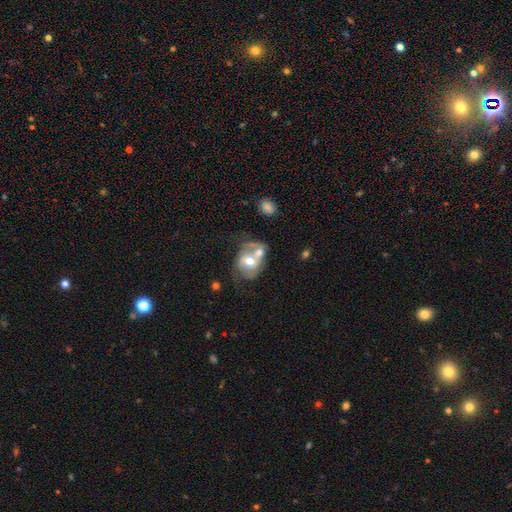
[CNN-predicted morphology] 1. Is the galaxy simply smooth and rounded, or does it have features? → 61% featured or disk, 32% smooth, 7% star or artifact.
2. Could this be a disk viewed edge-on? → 97% no, 3% yes.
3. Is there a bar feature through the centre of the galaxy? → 61% no, 29% weak, 10% strong.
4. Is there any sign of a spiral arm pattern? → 64% yes, 36% no.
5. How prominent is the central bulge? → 72% moderate, 16% small, 9% large, 2% none, 1% dominant.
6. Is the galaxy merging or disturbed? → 56% merger, 22% none, 11% minor disturbance, 11% major disturbance.